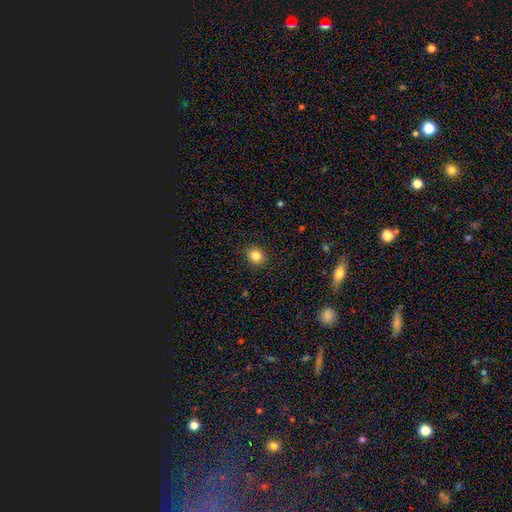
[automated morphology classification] smooth-or-featured: smooth: 84% | star or artifact: 11% | featured or disk: 5%
  how-rounded: round: 77% | in between: 22% | cigar-shaped: 1%
  merging: none: 89% | minor disturbance: 8% | major disturbance: 2% | merger: 1%